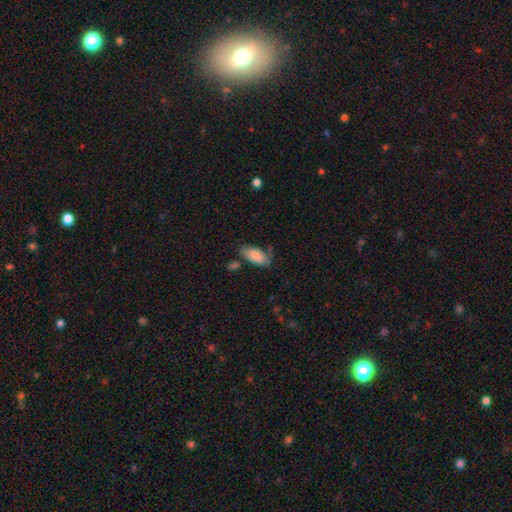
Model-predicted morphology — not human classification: smooth 84%, featured or disk 10%, star or artifact 6%. Down the decision tree: how rounded — in between (90%); merging — none (65%).